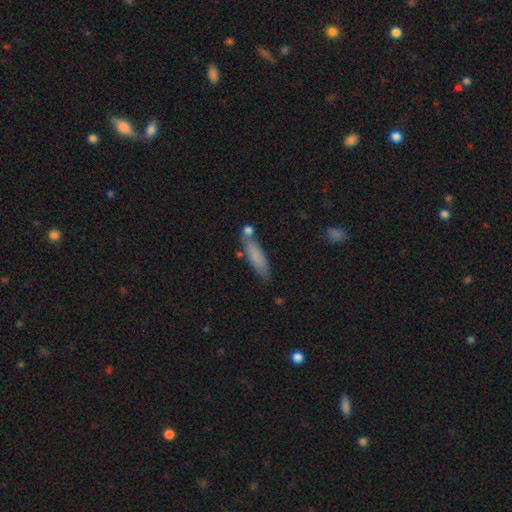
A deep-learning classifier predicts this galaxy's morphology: A smooth galaxy with no disk features (76%) that is cigar-shaped (73%).

Vote fractions:
- Smooth or featured? smooth: 76% / featured or disk: 17% / star or artifact: 7%
- How rounded? cigar-shaped: 73% / in between: 25% / round: 2%
- Merging? none: 70% / minor disturbance: 16% / merger: 10% / major disturbance: 4%